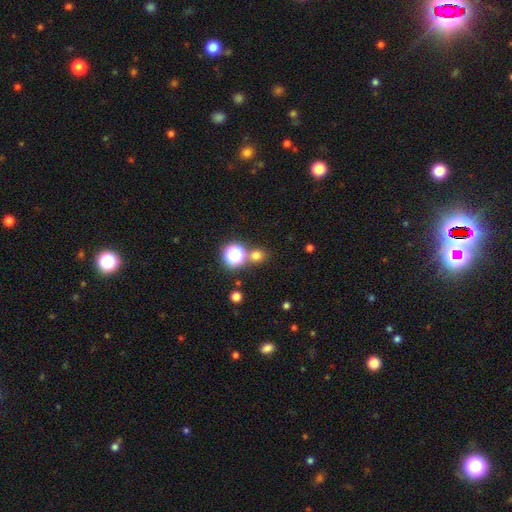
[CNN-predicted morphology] Smooth or featured? smooth (68%)
How rounded? round (86%)
Merging? none (74%)